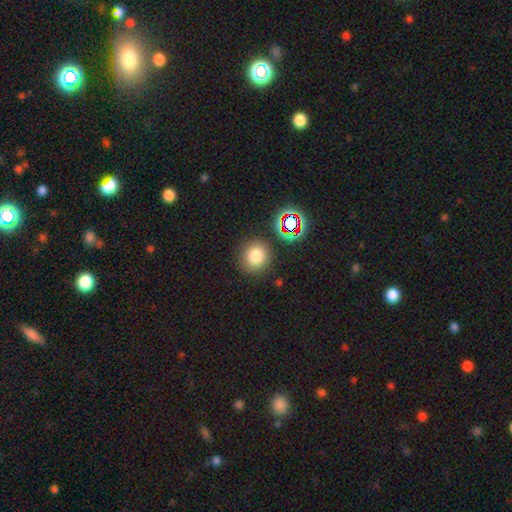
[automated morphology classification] Smooth or featured? Predicted: smooth (p=0.76). How rounded? Predicted: round (p=0.89). Merging? Predicted: none (p=0.85).